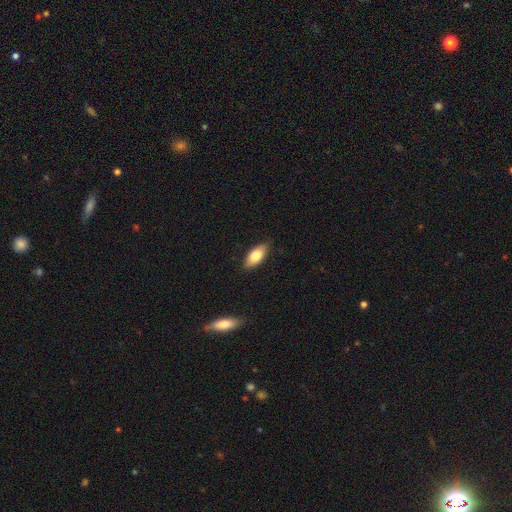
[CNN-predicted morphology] The model was most divided on "smooth or featured": smooth: 77%, featured or disk: 16%, star or artifact: 6%. More confident: how rounded — in between (87%); merging — none (86%).